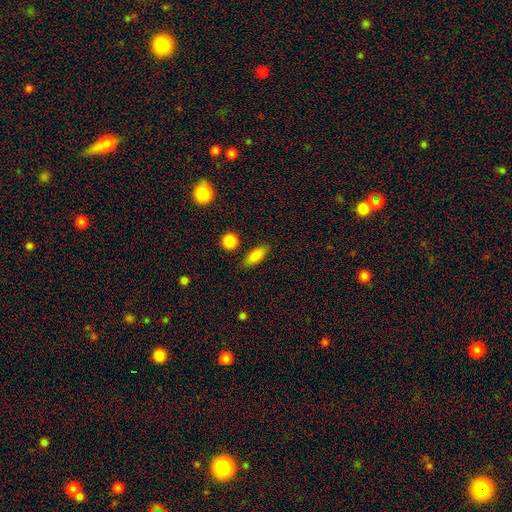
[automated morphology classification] smooth-or-featured: smooth: 84% | featured or disk: 8% | star or artifact: 8%
  how-rounded: in between: 74% | cigar-shaped: 22% | round: 5%
  merging: none: 83% | minor disturbance: 11% | merger: 3% | major disturbance: 3%